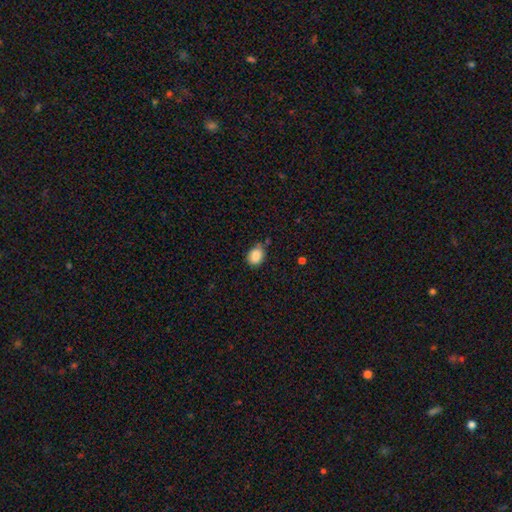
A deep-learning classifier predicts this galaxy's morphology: type=smooth (86%); roundness=in between (58%); merging=none (70%).